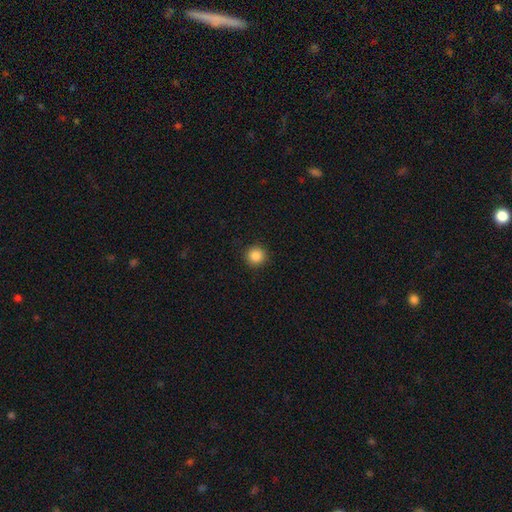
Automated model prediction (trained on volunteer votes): Smooth or featured?
  - smooth: 86% *
  - star or artifact: 10%
  - featured or disk: 3%
How rounded?
  - round: 95% *
  - in between: 4%
  - cigar-shaped: 1%
Merging?
  - none: 92% *
  - minor disturbance: 5%
  - major disturbance: 2%
  - merger: 1%